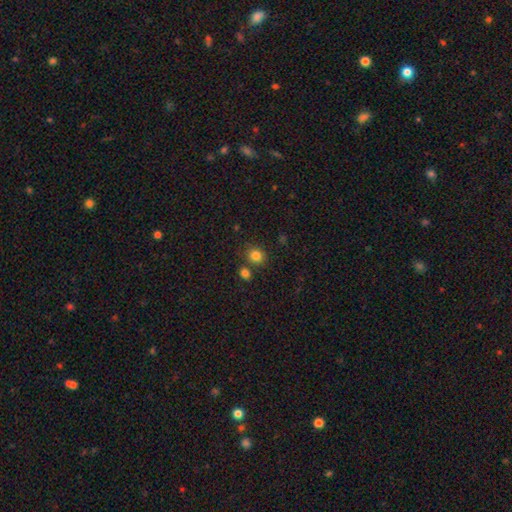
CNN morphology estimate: A smooth galaxy with no disk features (83%) that is round (77%).

Vote fractions:
- Smooth or featured? smooth: 83% / star or artifact: 12% / featured or disk: 5%
- How rounded? round: 77% / in between: 22% / cigar-shaped: 1%
- Merging? none: 74% / merger: 13% / minor disturbance: 10% / major disturbance: 3%